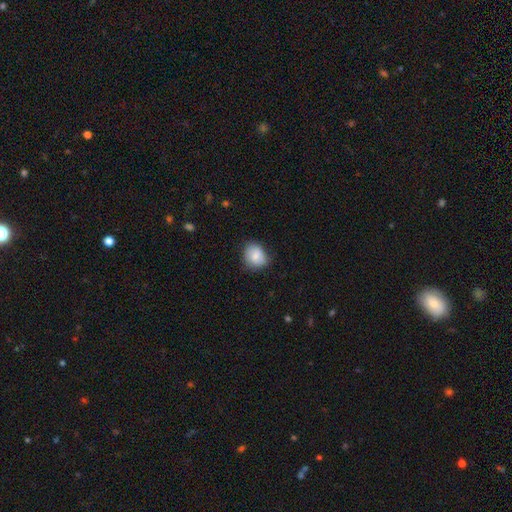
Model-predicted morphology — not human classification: A smooth galaxy with no disk features (81%) that is round (65%). Merging: none (69%).